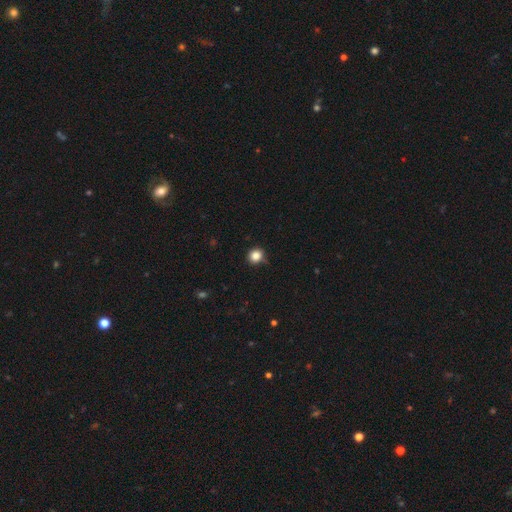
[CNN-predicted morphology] Smooth or featured? Predicted: smooth (p=0.85). How rounded? Predicted: round (p=0.90). Merging? Predicted: none (p=0.83).